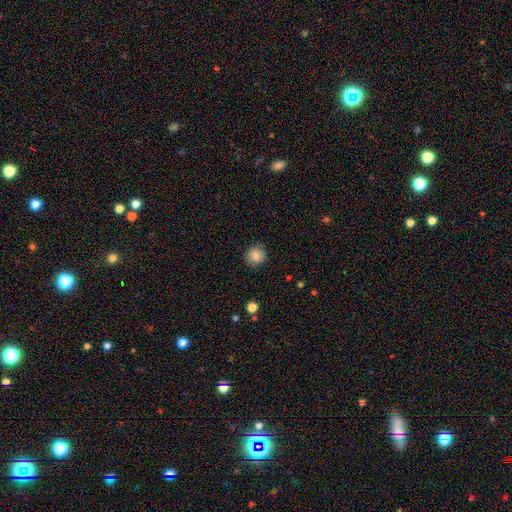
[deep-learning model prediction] A smooth galaxy with no disk features (80%) that is round (88%).

Vote fractions:
- Smooth or featured? smooth: 80% / featured or disk: 10% / star or artifact: 10%
- How rounded? round: 88% / in between: 11% / cigar-shaped: 1%
- Merging? none: 86% / minor disturbance: 10% / major disturbance: 3% / merger: 1%